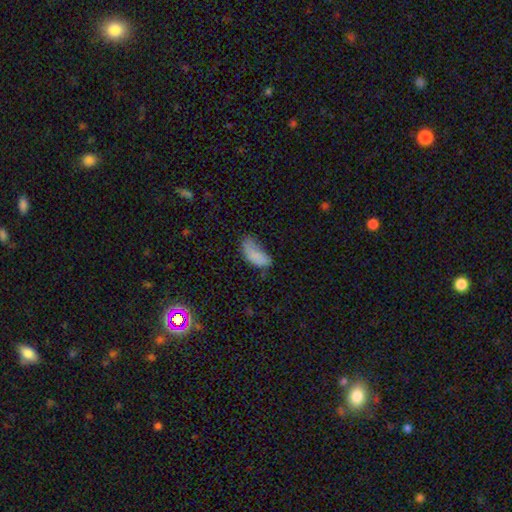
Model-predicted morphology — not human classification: smooth_or_featured: smooth (p=0.76) [alt: featured or disk p=0.13]
how_rounded: in between (p=0.89) [alt: cigar-shaped p=0.08]
merging: minor disturbance (p=0.35) [alt: none p=0.33]